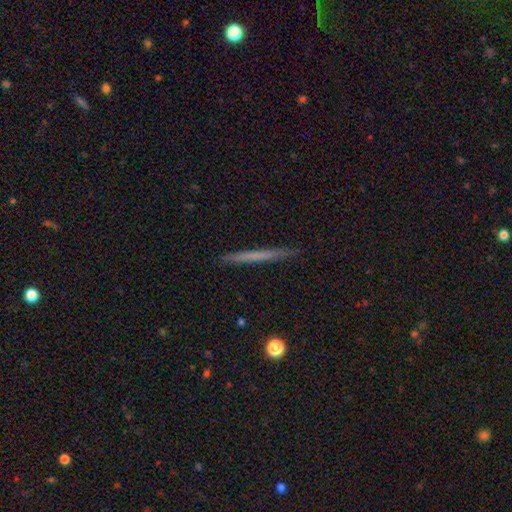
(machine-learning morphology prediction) Overall: smooth (53%; featured or disk 41%). How rounded: cigar-shaped (97%). Merging: none (92%).